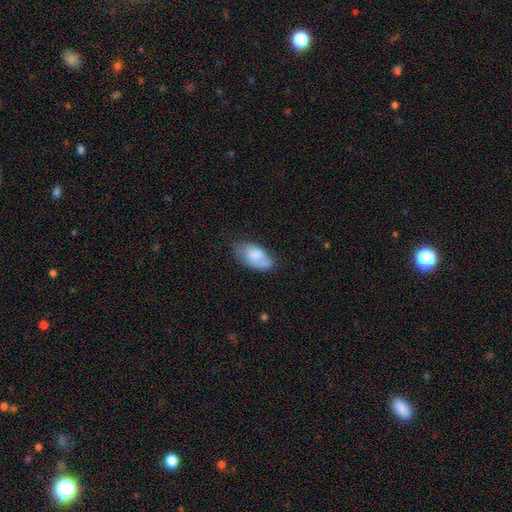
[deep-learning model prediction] Overall: smooth (74%). How rounded: in between (94%). Merging: none (55%; minor disturbance 31%).